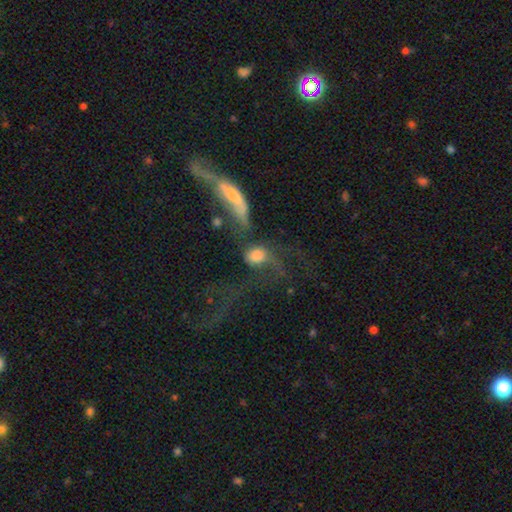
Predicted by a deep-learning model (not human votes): Morphology: type=smooth (56%); roundness=round (49%); merging=major disturbance (33%).